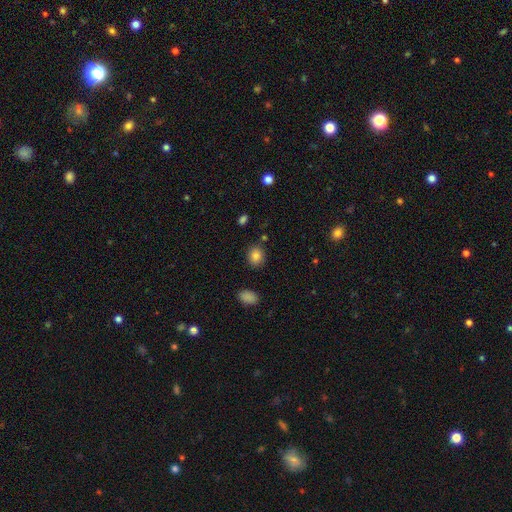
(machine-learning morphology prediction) Q: Smooth or featured?
A: smooth (84%); runner-up: star or artifact (11%)
Q: How rounded?
A: round (69%); runner-up: in between (30%)
Q: Merging?
A: none (85%); runner-up: minor disturbance (9%)